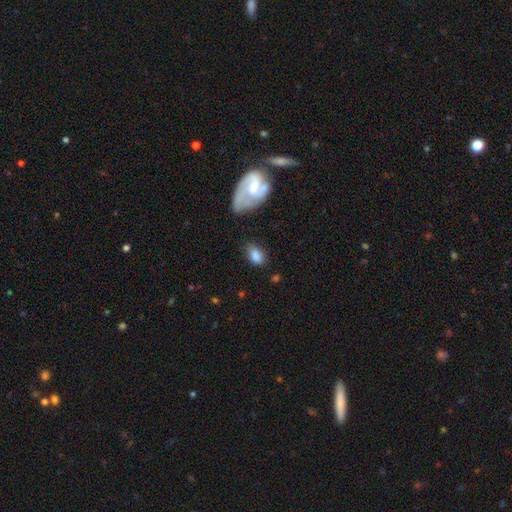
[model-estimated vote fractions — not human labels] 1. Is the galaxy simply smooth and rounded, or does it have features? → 82% smooth, 10% featured or disk, 8% star or artifact.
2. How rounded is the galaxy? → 89% in between, 9% round, 2% cigar-shaped.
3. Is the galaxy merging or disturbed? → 65% none, 23% minor disturbance, 7% major disturbance, 5% merger.